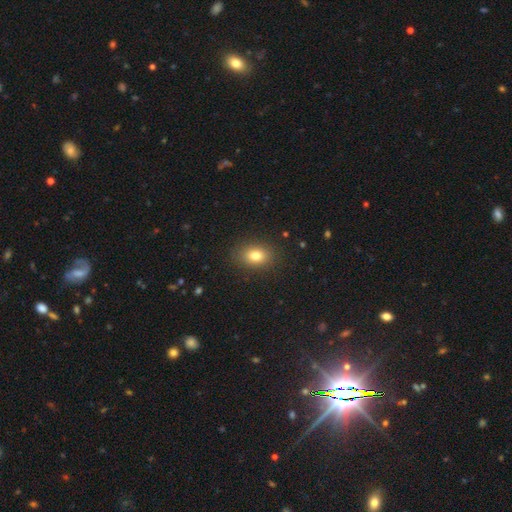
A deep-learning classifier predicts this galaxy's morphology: Smooth or featured? smooth (79%)
How rounded? in between (72%)
Merging? none (88%)